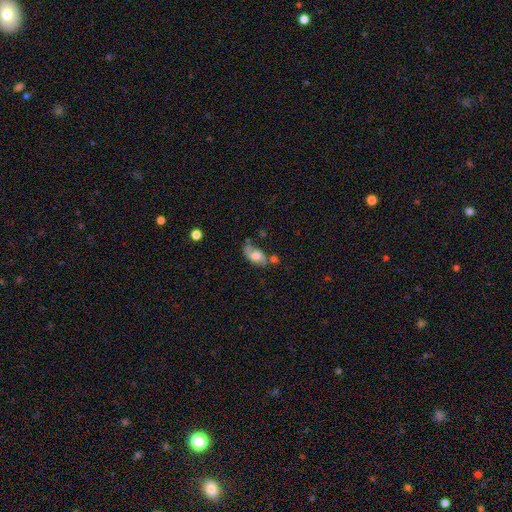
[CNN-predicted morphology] Smooth or featured? Predicted: smooth (p=0.46, tied with featured or disk). Merging? Predicted: none (p=0.48).